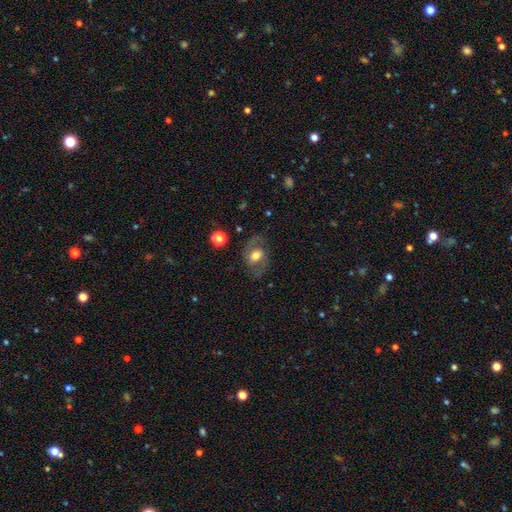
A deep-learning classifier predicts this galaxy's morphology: Overall: featured or disk (53%; smooth 39%). Edge-on disk: no (94%). Merging: none (72%).